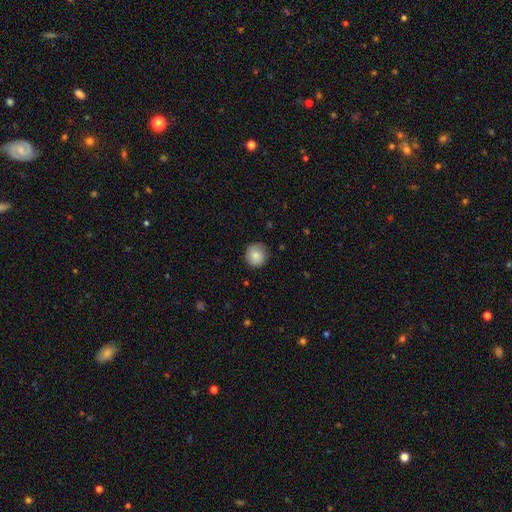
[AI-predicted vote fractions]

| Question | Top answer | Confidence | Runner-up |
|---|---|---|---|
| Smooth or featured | smooth | 79% | featured or disk (13%) |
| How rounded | round | 94% | in between (5%) |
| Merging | none | 83% | minor disturbance (13%) |